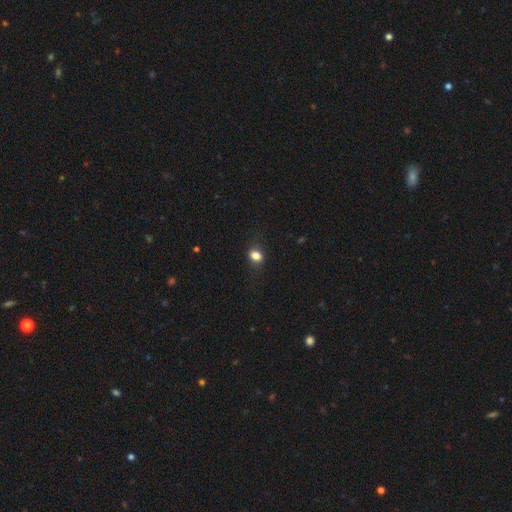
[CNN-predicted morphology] type=smooth (81%); roundness=in between (50%); merging=none (78%).